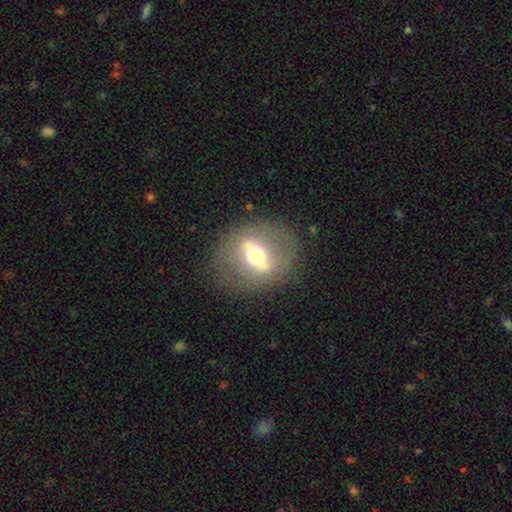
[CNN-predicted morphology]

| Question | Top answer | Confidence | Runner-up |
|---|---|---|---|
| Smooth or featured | featured or disk | 63% | smooth (29%) |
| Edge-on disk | no | 70% | yes (30%) |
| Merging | none | 80% | minor disturbance (11%) |